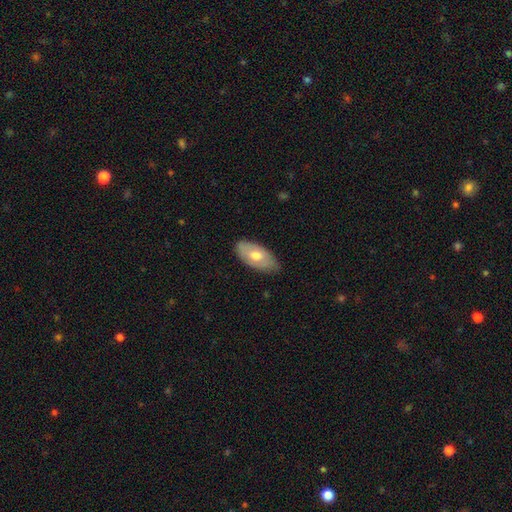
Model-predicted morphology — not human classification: type=smooth (60%); roundness=in between (92%); merging=none (75%).